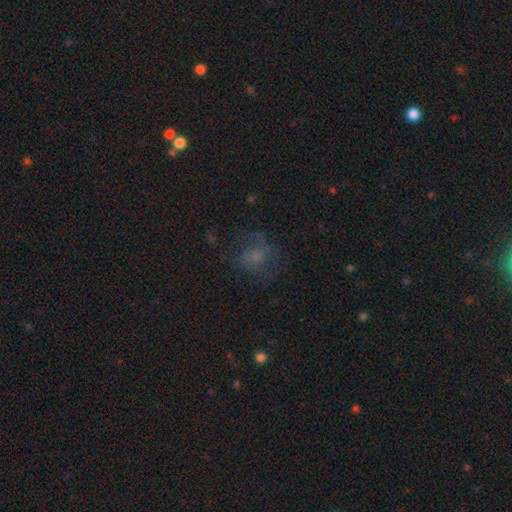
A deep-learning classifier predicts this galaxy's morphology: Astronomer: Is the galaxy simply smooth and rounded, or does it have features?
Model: smooth — 48% (runner-up: featured or disk, 32%).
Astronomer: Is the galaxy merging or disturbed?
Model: none — 54%.